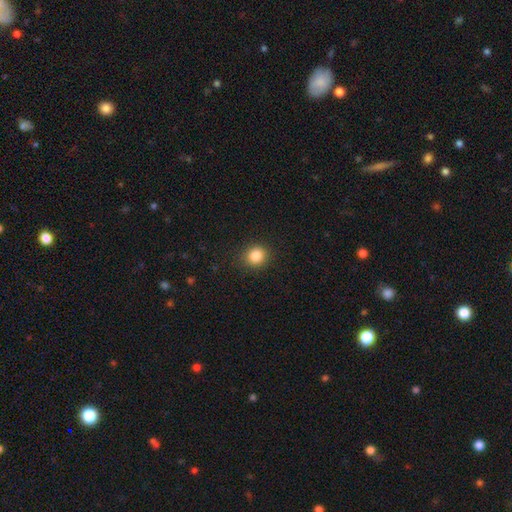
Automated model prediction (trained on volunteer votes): smooth 85%, star or artifact 11%, featured or disk 4%. Down the decision tree: how rounded — round (82%); merging — none (89%).